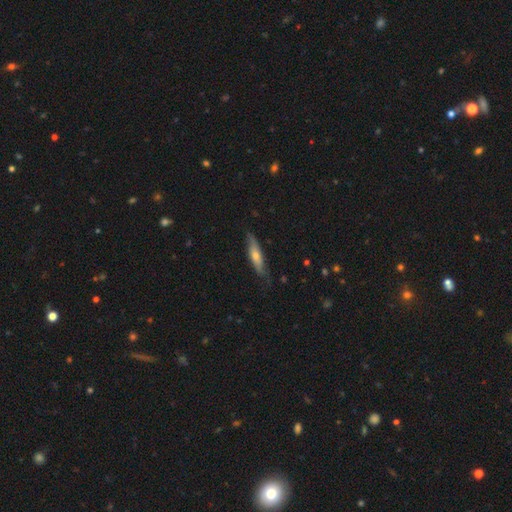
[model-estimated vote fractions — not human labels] Smooth or featured? smooth (55%)
How rounded? cigar-shaped (74%)
Merging? none (72%)